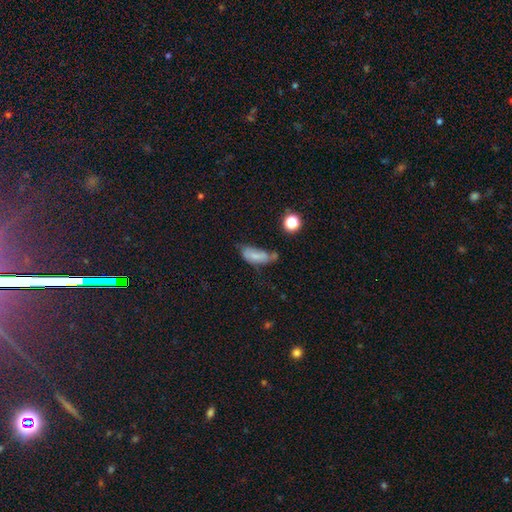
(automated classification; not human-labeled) Overall: smooth (67%). How rounded: in between (81%). Merging: none (34%; minor disturbance 33%).